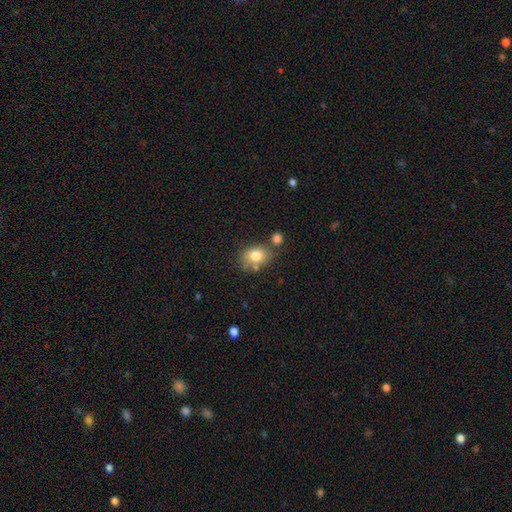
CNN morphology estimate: smooth 79%, featured or disk 12%, star or artifact 9%. Down the decision tree: how rounded — in between (66%); merging — none (60%).